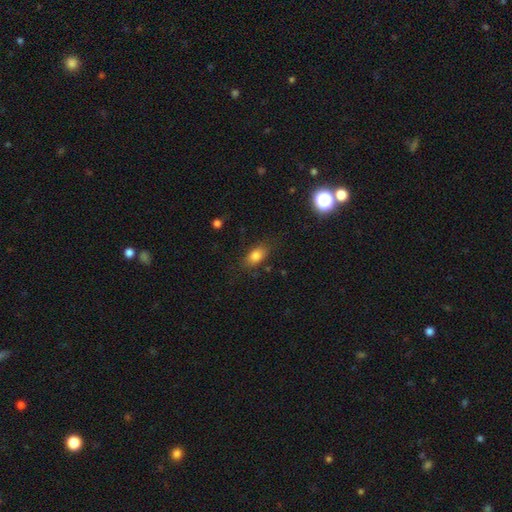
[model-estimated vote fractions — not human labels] This appears to be a smooth galaxy with no disk features (81%) that is in between round and cigar-shaped (85%). Merging: none (79%).